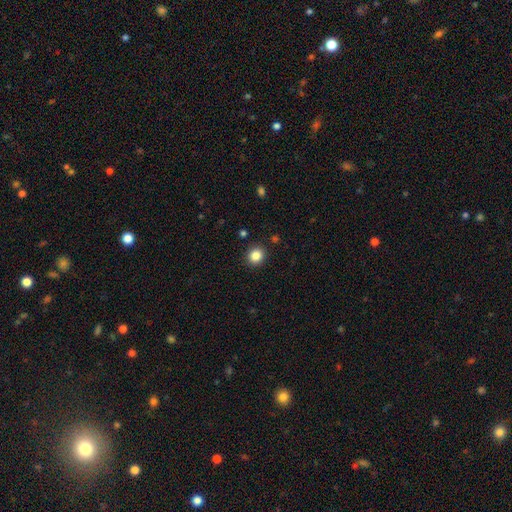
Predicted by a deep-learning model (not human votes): Overall: smooth (85%). How rounded: round (80%). Merging: none (90%).